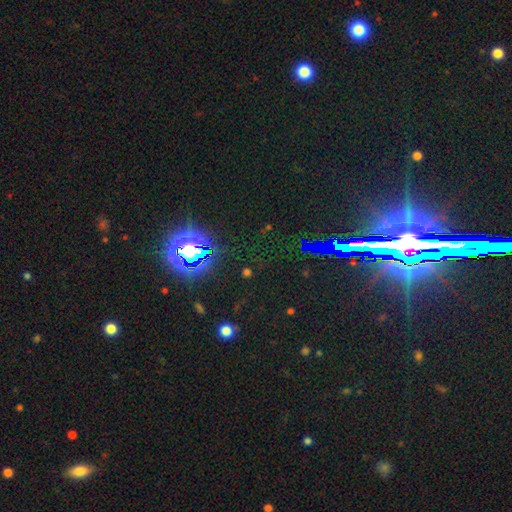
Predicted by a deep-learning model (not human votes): star or artifact 84%, smooth 8%, featured or disk 8%.